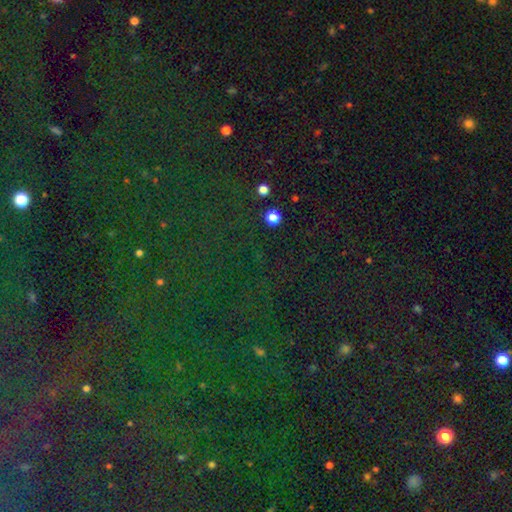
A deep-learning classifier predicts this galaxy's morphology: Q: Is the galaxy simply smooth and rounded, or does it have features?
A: star or artifact — 83%.